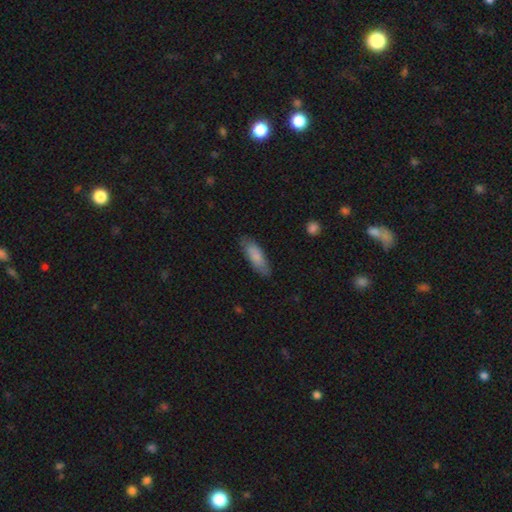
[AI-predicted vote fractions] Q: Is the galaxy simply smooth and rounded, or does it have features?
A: smooth — 80%.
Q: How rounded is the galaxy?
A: in between — 59%.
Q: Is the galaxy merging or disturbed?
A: none — 79%.